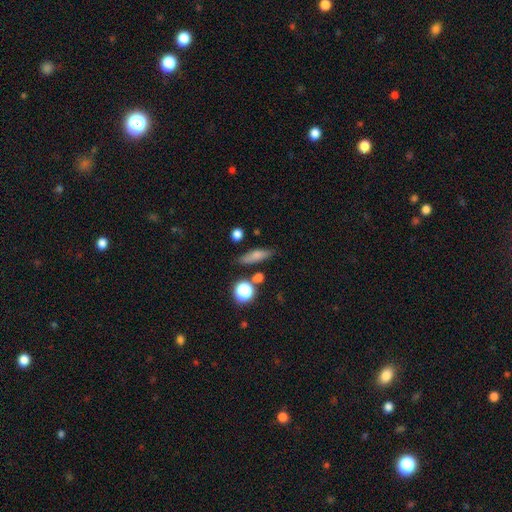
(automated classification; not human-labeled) smooth 72%, featured or disk 17%, star or artifact 11%. Down the decision tree: how rounded — cigar-shaped (56%); merging — none (78%).